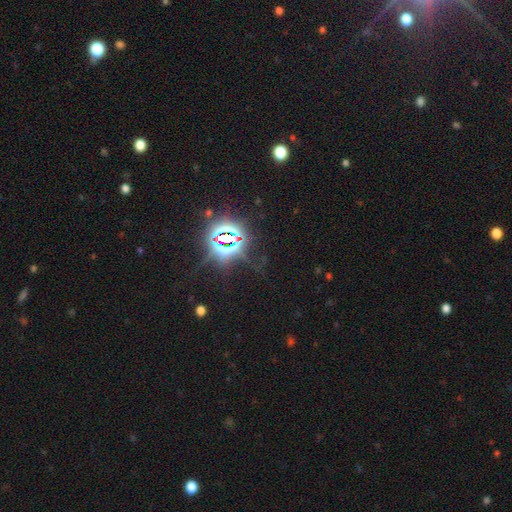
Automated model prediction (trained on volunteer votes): Q: Smooth or featured?
A: star or artifact (85%); runner-up: smooth (8%)